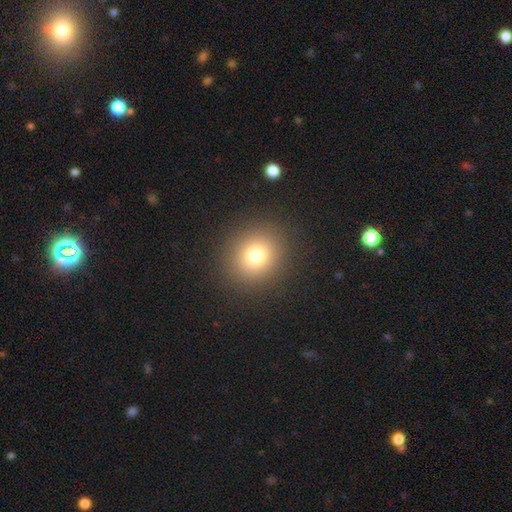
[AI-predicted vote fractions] smooth 76%, star or artifact 15%, featured or disk 9%. Down the decision tree: how rounded — round (86%); merging — none (90%).